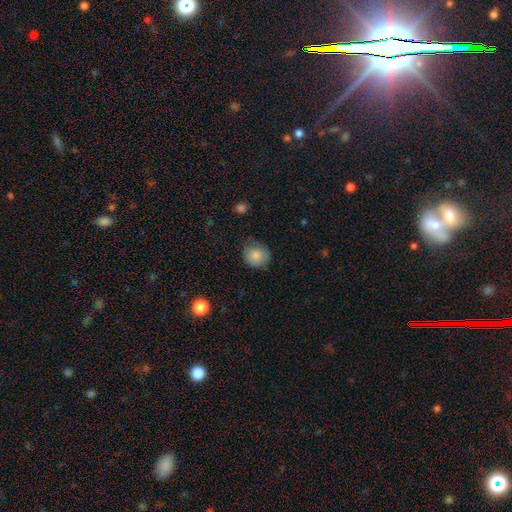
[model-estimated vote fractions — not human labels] smooth 83%, featured or disk 9%, star or artifact 8%. Down the decision tree: how rounded — round (80%); merging — none (66%).